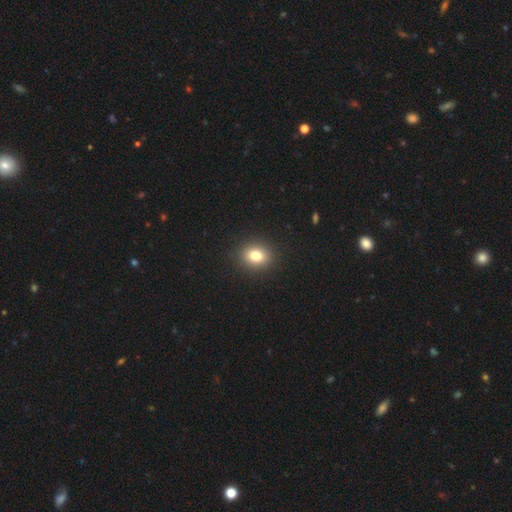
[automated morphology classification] Smooth or featured: smooth — 79% (star or artifact — 12%)
How rounded: round — 64% (in between — 35%)
Merging: none — 91% (minor disturbance — 6%)